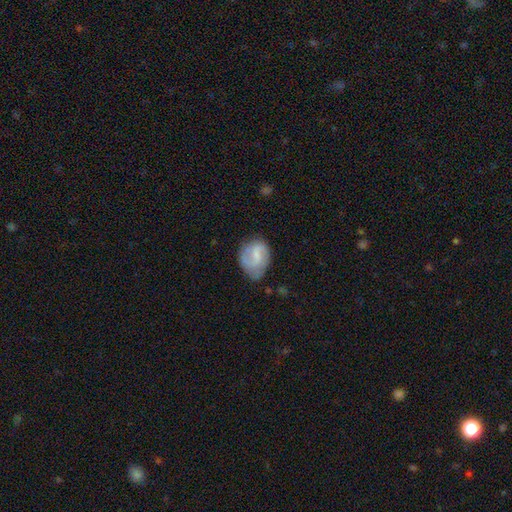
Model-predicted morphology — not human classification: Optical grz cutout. It shows a featured or disk galaxy (56%) with a weak bar (56%), spiral arms (84%) and a small central bulge (40%). Merging: none (56%).